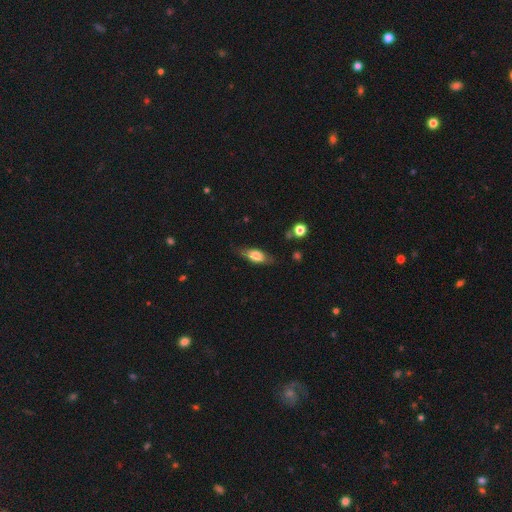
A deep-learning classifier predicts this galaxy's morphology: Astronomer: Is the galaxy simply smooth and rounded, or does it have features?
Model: smooth — 68%.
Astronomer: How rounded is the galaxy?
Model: in between — 78%.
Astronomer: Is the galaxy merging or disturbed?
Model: none — 73%.